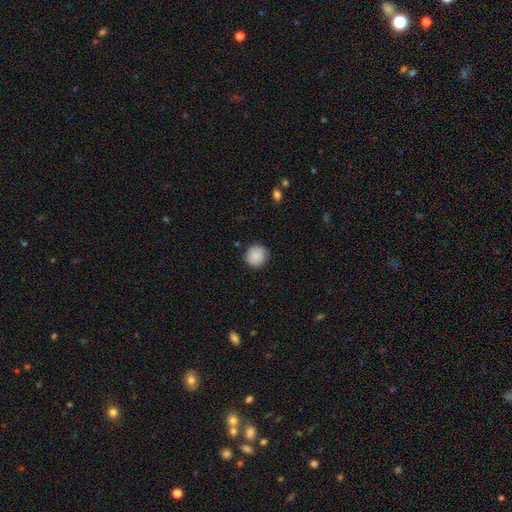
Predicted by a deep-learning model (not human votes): The model was most divided on "merging": none: 87%, minor disturbance: 9%, major disturbance: 2%, merger: 1%. More confident: how rounded — round (93%); smooth or featured — smooth (88%).